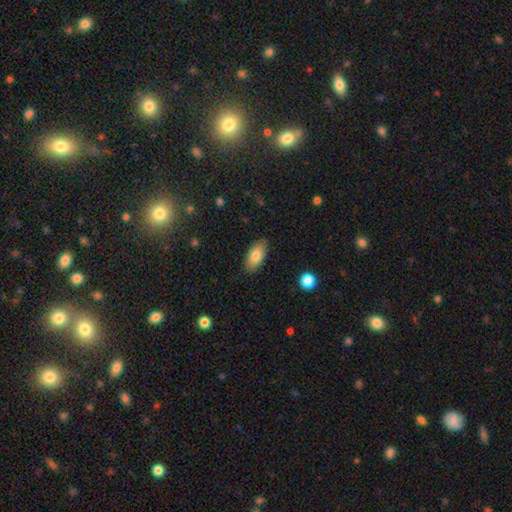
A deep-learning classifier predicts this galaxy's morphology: A smooth galaxy with no disk features (80%) that is in between round and cigar-shaped (91%).

Vote fractions:
- Smooth or featured? smooth: 80% / featured or disk: 13% / star or artifact: 7%
- How rounded? in between: 91% / cigar-shaped: 6% / round: 3%
- Merging? none: 86% / minor disturbance: 11% / major disturbance: 2% / merger: 1%